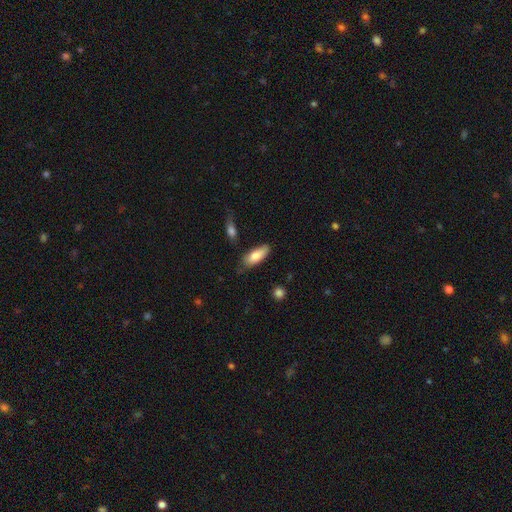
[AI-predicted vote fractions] Smooth or featured?
  - smooth: 81% *
  - featured or disk: 13%
  - star or artifact: 6%
How rounded?
  - in between: 76% *
  - cigar-shaped: 22%
  - round: 2%
Merging?
  - none: 64% *
  - minor disturbance: 26%
  - major disturbance: 6%
  - merger: 4%